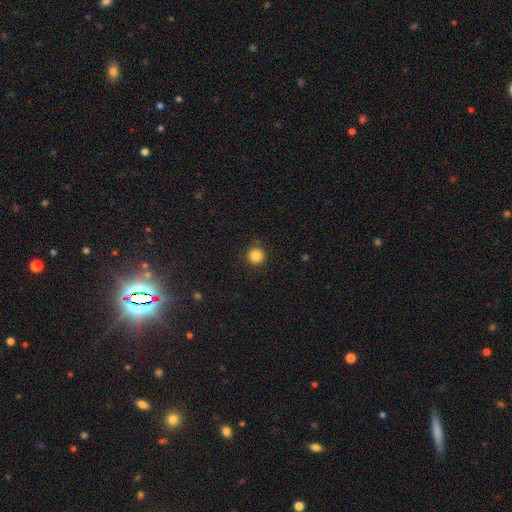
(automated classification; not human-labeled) This is clearly a smooth galaxy (85%). How rounded: clearly round (95%). Merging: clearly none (89%).